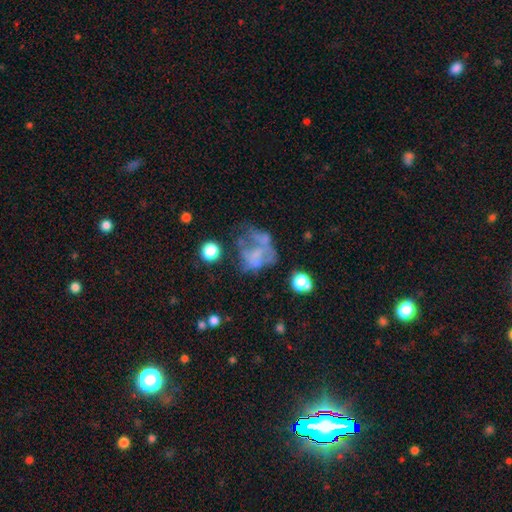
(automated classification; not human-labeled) The model was most divided on "merging": major disturbance: 38%, none: 28%, minor disturbance: 18%, merger: 16%. Remaining: smooth or featured — featured or disk (50%).